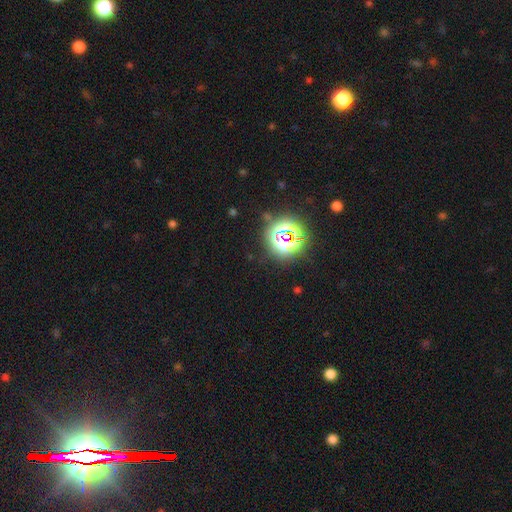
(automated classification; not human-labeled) This appears to be a star or artifact, not a galaxy (79%).